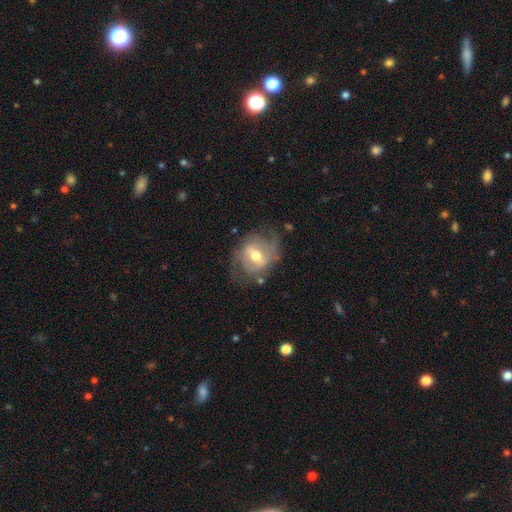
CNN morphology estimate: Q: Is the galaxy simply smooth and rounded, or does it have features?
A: featured or disk — 68%.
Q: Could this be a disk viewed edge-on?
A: no — 94%.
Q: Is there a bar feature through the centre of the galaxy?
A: weak — 44%.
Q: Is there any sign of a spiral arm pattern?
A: yes — 64%.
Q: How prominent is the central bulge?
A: moderate — 71%.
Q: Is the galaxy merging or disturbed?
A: none — 56%.